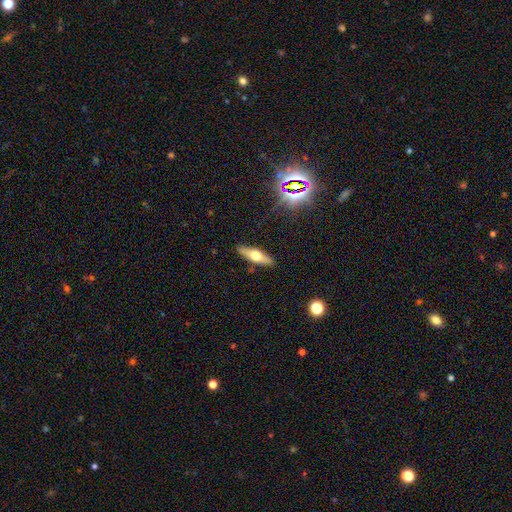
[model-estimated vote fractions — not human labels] This appears to be a featured or disk galaxy (47%). Merging: none (89%).